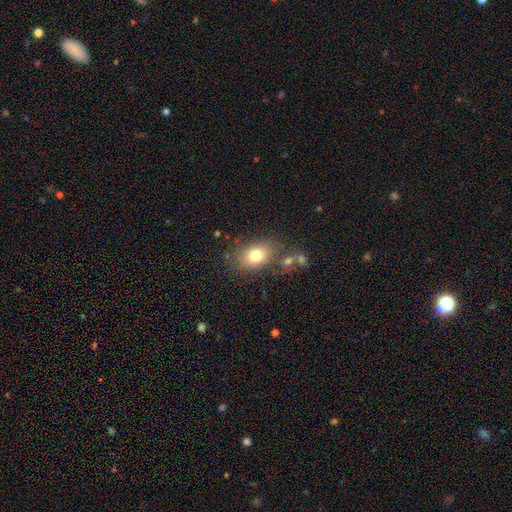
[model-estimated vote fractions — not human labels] This appears to be a smooth galaxy with no disk features (77%) that is in between round and cigar-shaped (77%). Merging: none (73%).